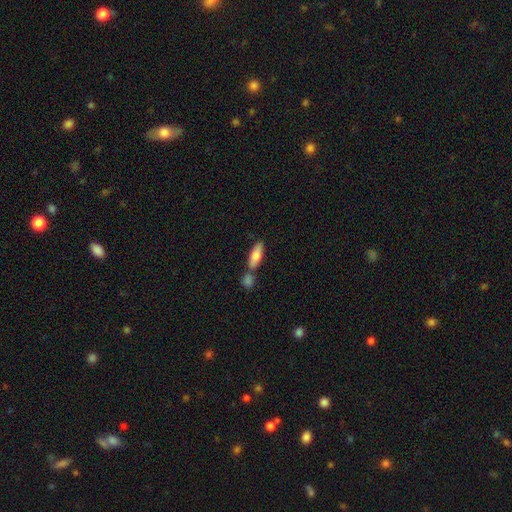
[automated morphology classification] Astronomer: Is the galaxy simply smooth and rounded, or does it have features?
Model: smooth — 78%.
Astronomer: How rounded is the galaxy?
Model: in between — 62%.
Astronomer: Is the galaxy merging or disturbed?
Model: none — 55%.